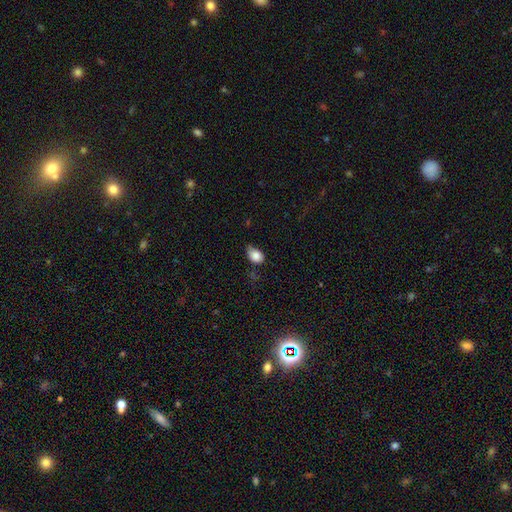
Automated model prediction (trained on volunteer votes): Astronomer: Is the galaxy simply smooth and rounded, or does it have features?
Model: smooth — 84%.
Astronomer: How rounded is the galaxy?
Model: in between — 80%.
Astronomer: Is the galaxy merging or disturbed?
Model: none — 49% (runner-up: minor disturbance, 38%).